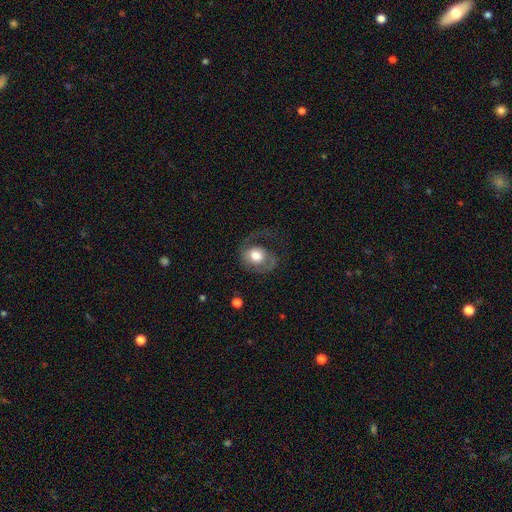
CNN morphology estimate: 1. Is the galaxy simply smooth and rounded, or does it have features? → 52% featured or disk, 41% smooth, 7% star or artifact.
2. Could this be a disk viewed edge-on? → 97% no, 3% yes.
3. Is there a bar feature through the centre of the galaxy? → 75% no, 21% weak, 5% strong.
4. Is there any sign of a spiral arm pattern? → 78% yes, 22% no.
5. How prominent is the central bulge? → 51% moderate, 36% large, 6% small, 6% dominant, 1% none.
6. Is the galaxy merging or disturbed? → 41% none, 38% major disturbance, 19% minor disturbance, 2% merger.